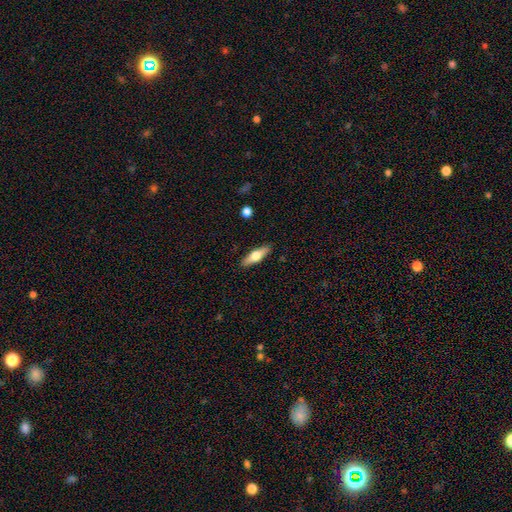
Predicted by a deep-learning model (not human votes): smooth 50%, featured or disk 44%, star or artifact 6%. Down the decision tree: how rounded — cigar-shaped (53%); merging — none (89%).